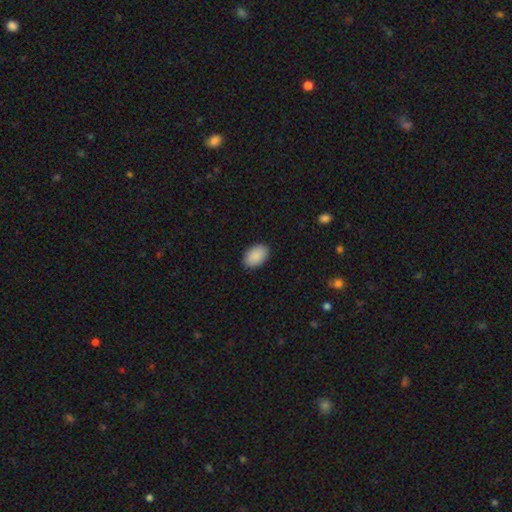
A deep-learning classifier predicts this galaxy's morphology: smooth-or-featured: smooth: 91% | star or artifact: 6% | featured or disk: 3%
  how-rounded: in between: 90% | round: 9% | cigar-shaped: 1%
  merging: none: 89% | minor disturbance: 9% | major disturbance: 2% | merger: 1%